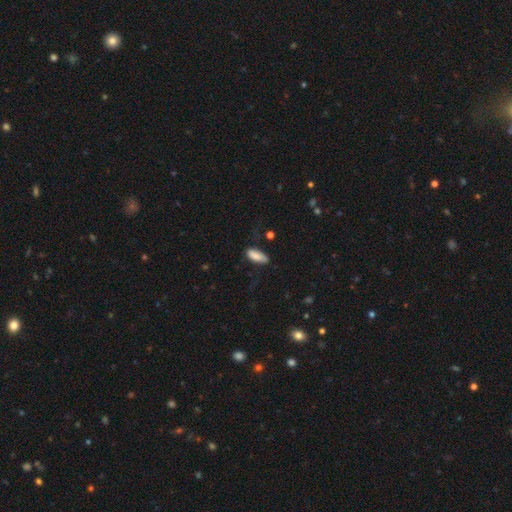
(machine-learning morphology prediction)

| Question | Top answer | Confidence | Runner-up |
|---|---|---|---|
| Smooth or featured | smooth | 85% | featured or disk (8%) |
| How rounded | in between | 78% | cigar-shaped (20%) |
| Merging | none | 66% | minor disturbance (25%) |